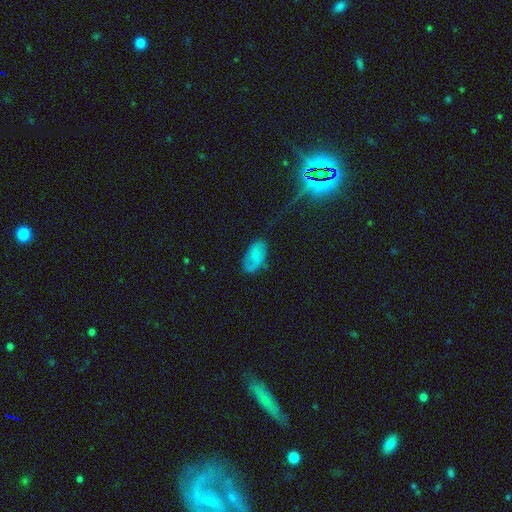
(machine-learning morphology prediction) smooth-or-featured: smooth: 67% | featured or disk: 24% | star or artifact: 9%
  how-rounded: in between: 94% | round: 4% | cigar-shaped: 2%
  merging: none: 70% | minor disturbance: 21% | major disturbance: 7% | merger: 2%